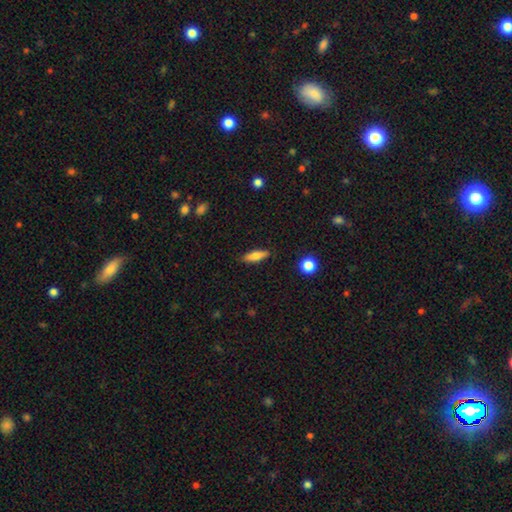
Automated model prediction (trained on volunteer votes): smooth 71%, featured or disk 22%, star or artifact 7%. Down the decision tree: how rounded — cigar-shaped (52%); merging — none (86%).